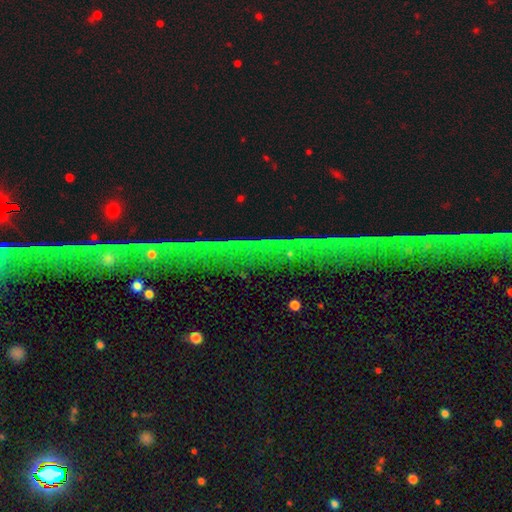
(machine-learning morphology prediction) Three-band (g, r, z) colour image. It shows a star or artifact, not a galaxy (86%).